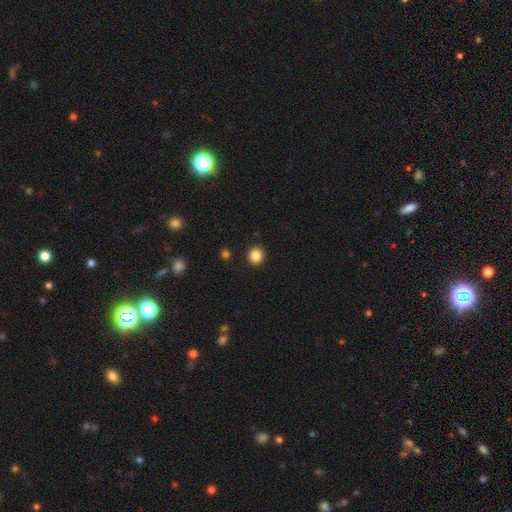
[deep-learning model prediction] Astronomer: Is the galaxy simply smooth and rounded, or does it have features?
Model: smooth — 86%.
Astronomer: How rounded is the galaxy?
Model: round — 77%.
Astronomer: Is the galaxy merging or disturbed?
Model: none — 91%.